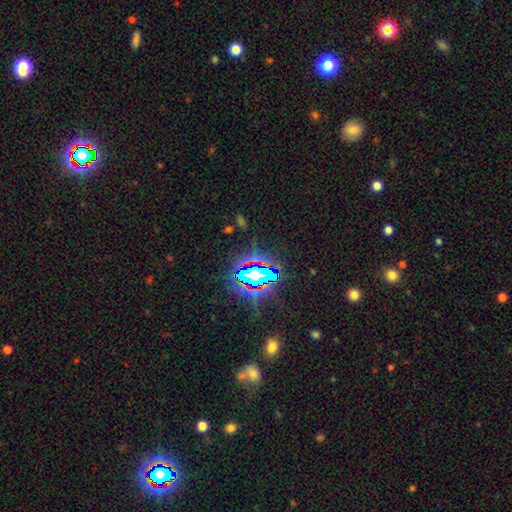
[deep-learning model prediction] star or artifact 81%, smooth 11%, featured or disk 8%.